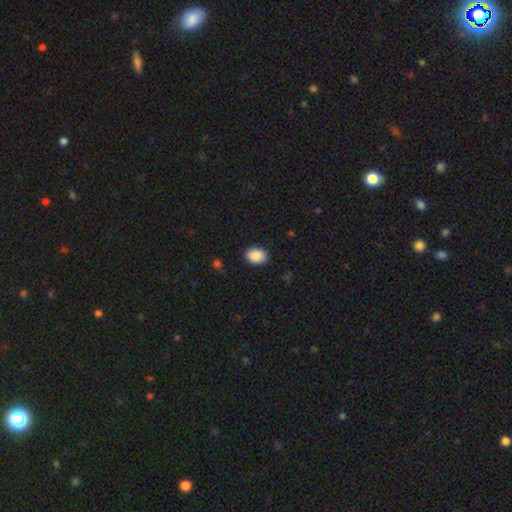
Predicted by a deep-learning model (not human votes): Overall: smooth (89%). How rounded: in between (66%; round 33%). Merging: none (90%).